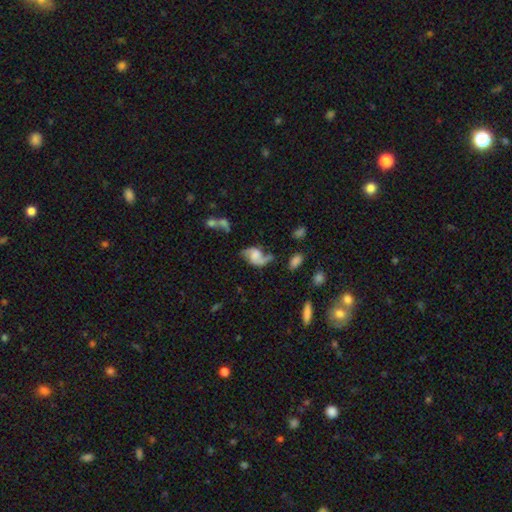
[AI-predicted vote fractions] Morphology: type=featured or disk (78%); edge-on=no (97%); bar=no (53%); spiral arms=yes (93%); winding=loose (64%); arm count=2 (87%); bulge=none (38%); merging=none (54%).